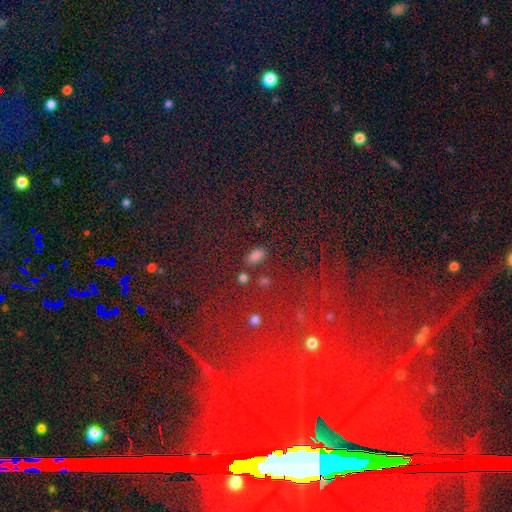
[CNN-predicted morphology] Smooth or featured? Predicted: smooth (p=0.79). How rounded? Predicted: in between (p=0.90). Merging? Predicted: none (p=0.83).